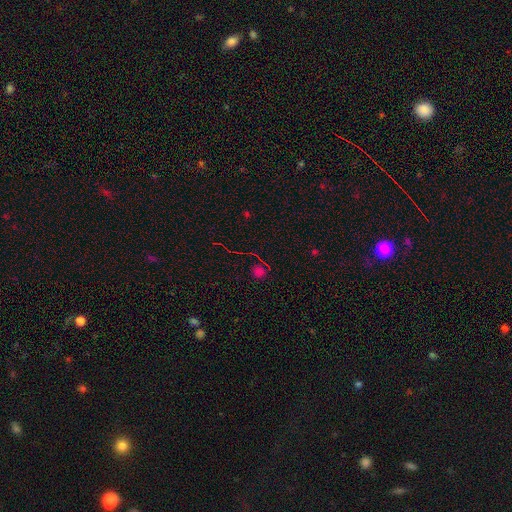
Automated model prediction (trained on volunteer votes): Smooth or featured?
  - star or artifact: 54% *
  - smooth: 35%
  - featured or disk: 11%